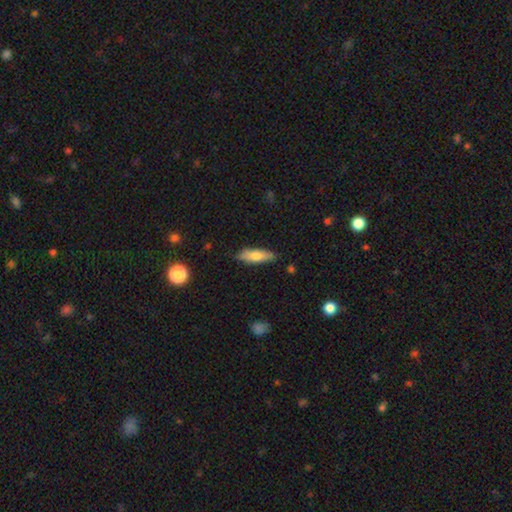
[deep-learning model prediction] smooth_or_featured: smooth (p=0.74) [alt: featured or disk p=0.20]
how_rounded: cigar-shaped (p=0.52) [alt: in between p=0.46]
merging: none (p=0.83) [alt: minor disturbance p=0.13]